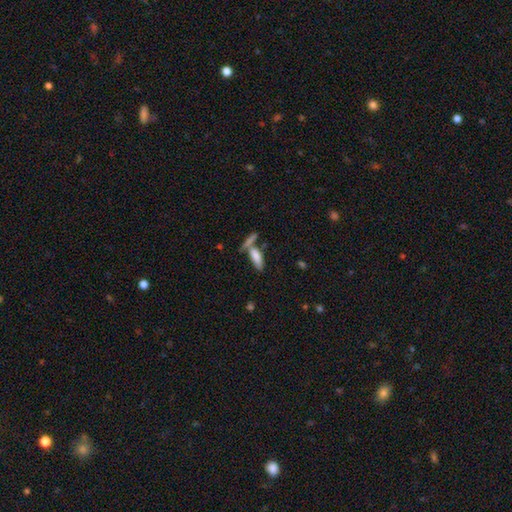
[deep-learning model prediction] The model was most divided on "merging": none: 49%, merger: 34%, minor disturbance: 12%, major disturbance: 5%. More confident: smooth or featured — smooth (74%); how rounded — in between (56%).